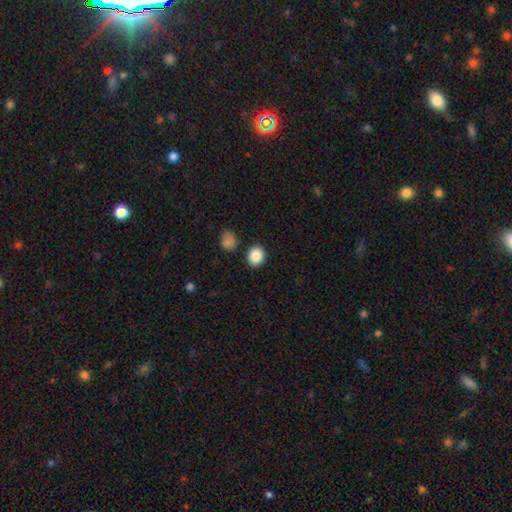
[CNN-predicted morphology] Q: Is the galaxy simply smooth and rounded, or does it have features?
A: smooth — 88%.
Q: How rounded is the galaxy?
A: round — 57%.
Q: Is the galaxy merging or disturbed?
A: none — 86%.